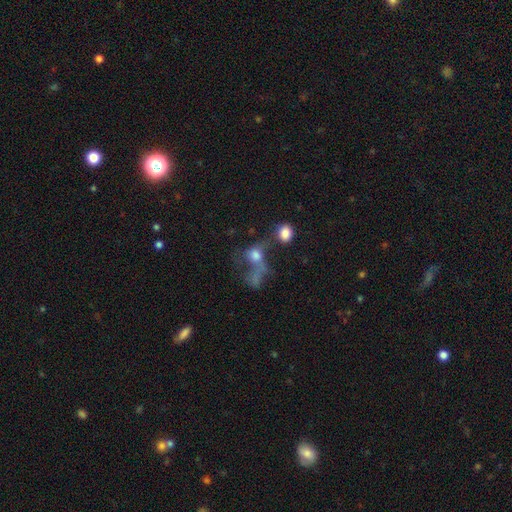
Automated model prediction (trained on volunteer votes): smooth_or_featured: smooth (p=0.57) [alt: featured or disk p=0.27]
how_rounded: round (p=0.51) [alt: in between p=0.46]
merging: merger (p=0.38) [alt: major disturbance p=0.32]